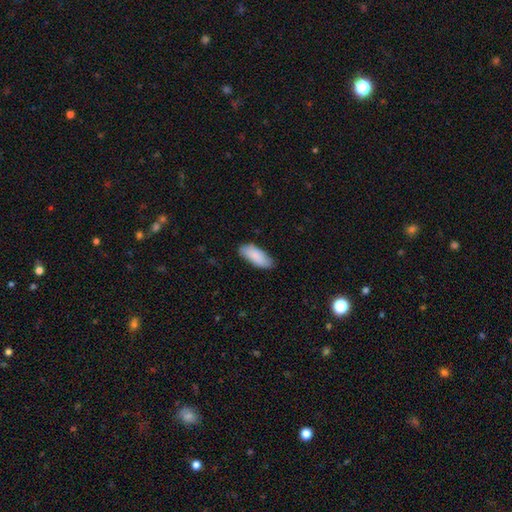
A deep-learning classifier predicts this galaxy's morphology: Smooth or featured?
  - smooth: 86% *
  - featured or disk: 9%
  - star or artifact: 6%
How rounded?
  - in between: 83% *
  - cigar-shaped: 15%
  - round: 2%
Merging?
  - none: 79% *
  - minor disturbance: 17%
  - major disturbance: 3%
  - merger: 1%